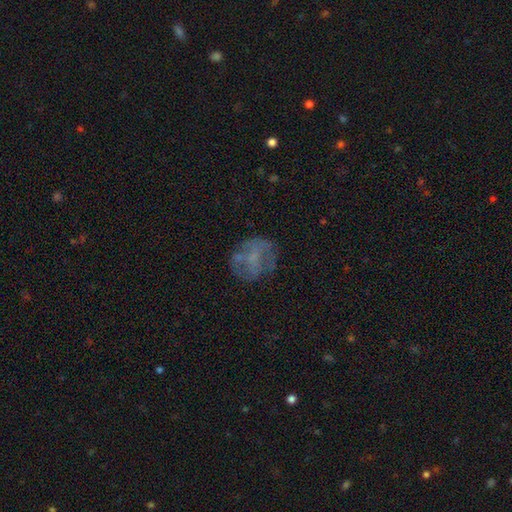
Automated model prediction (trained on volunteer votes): Morphology: type=featured or disk (47%); merging=none (69%).